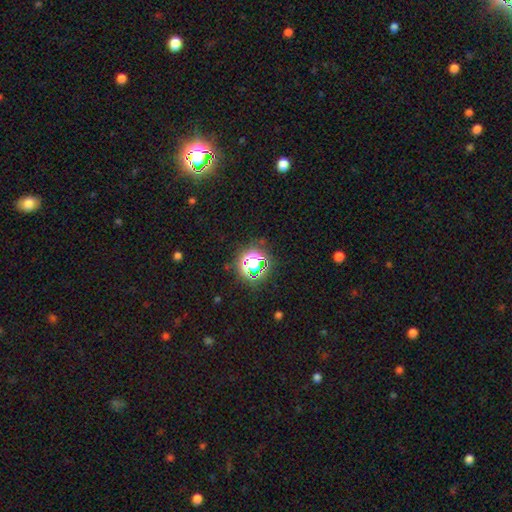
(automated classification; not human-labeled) The model was most divided on "smooth or featured": star or artifact: 75%, smooth: 18%, featured or disk: 7%.